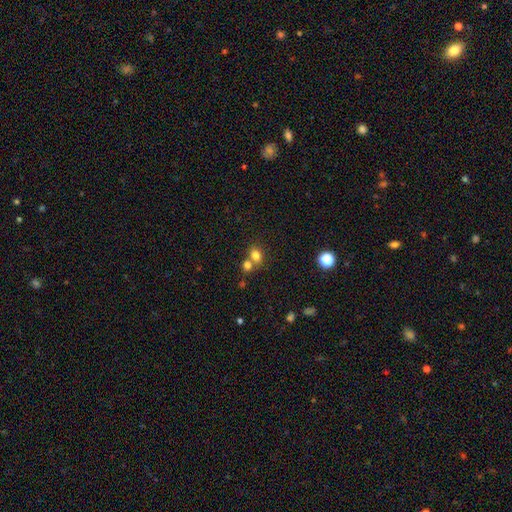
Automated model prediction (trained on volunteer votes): The model was most divided on "merging": none: 45%, merger: 43%, minor disturbance: 8%, major disturbance: 3%. More confident: smooth or featured — smooth (78%); how rounded — round (52%).